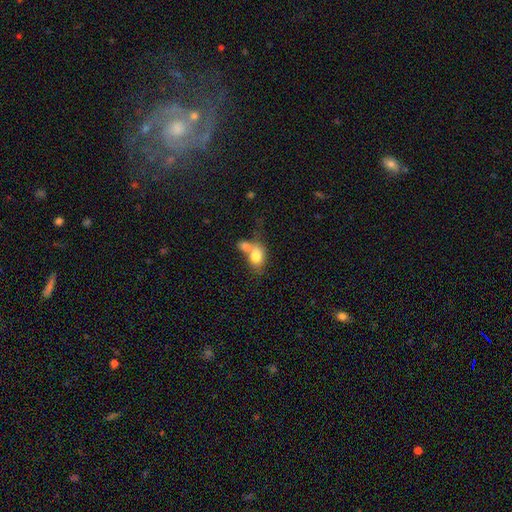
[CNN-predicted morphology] A smooth galaxy with no disk features (78%) that is in between round and cigar-shaped (70%).

Vote fractions:
- Smooth or featured? smooth: 78% / featured or disk: 14% / star or artifact: 8%
- How rounded? in between: 70% / round: 28% / cigar-shaped: 2%
- Merging? merger: 56% / none: 26% / minor disturbance: 11% / major disturbance: 7%